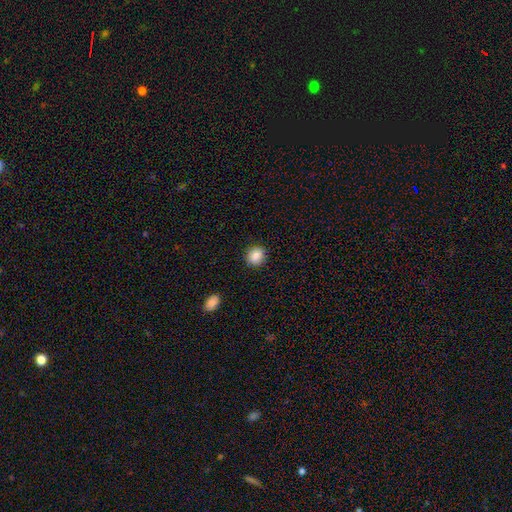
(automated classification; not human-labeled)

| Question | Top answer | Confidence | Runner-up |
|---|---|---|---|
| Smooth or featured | smooth | 87% | star or artifact (9%) |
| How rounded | round | 80% | in between (19%) |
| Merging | none | 90% | minor disturbance (7%) |